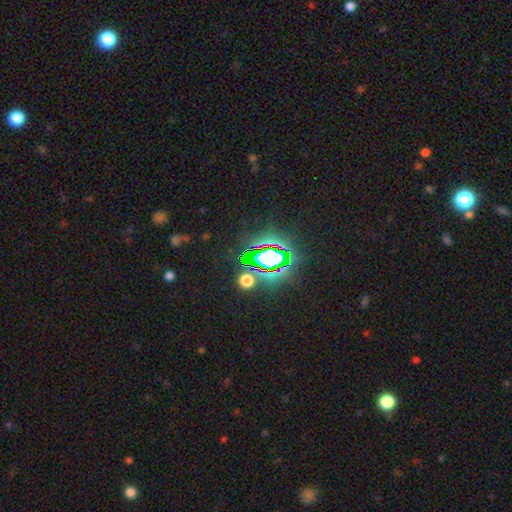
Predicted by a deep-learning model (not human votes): smooth-or-featured: star or artifact: 77% | smooth: 14% | featured or disk: 9%